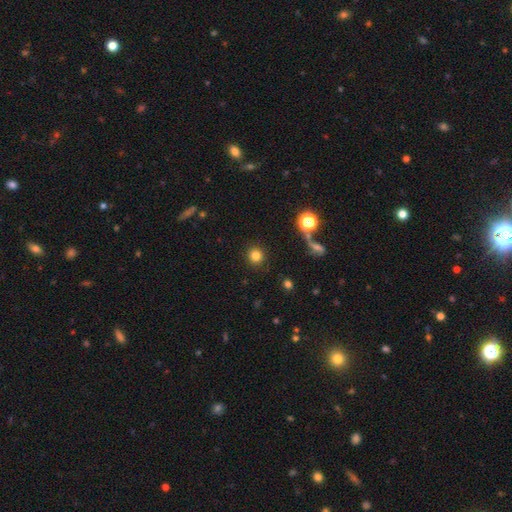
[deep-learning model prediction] smooth 80%, star or artifact 13%, featured or disk 6%. Down the decision tree: how rounded — round (93%); merging — none (90%).